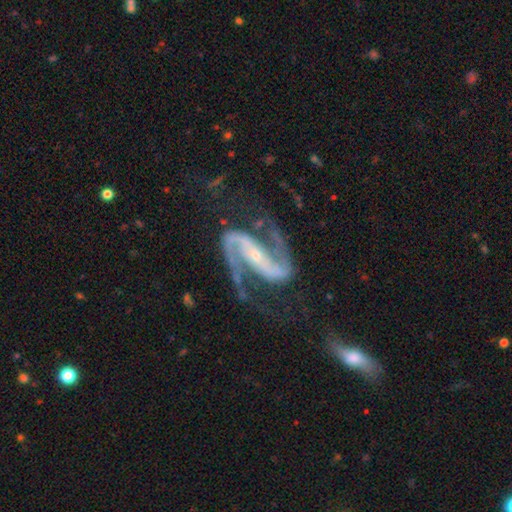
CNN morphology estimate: Overall: featured or disk (93%). Edge-on disk: no (97%). Bar: strong (63%). Spiral arms: yes (98%). Spiral arm count: 2 (94%). Spiral winding: medium (58%; loose 25%). Bulge size: small (75%). Merging: none (70%).